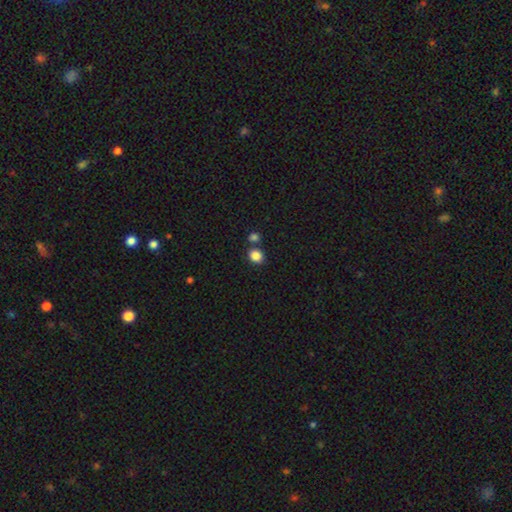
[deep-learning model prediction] This is clearly a smooth galaxy (86%). How rounded: likely round (63%). Merging: likely none (70%).